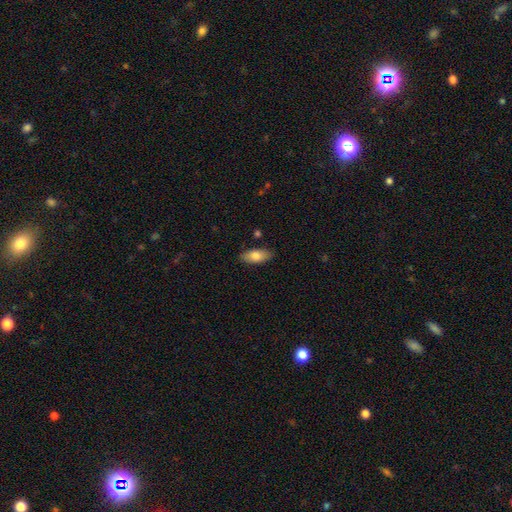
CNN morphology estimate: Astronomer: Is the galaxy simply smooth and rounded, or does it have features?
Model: smooth — 80%.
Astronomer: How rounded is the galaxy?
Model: in between — 89%.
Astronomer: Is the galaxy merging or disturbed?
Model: none — 85%.